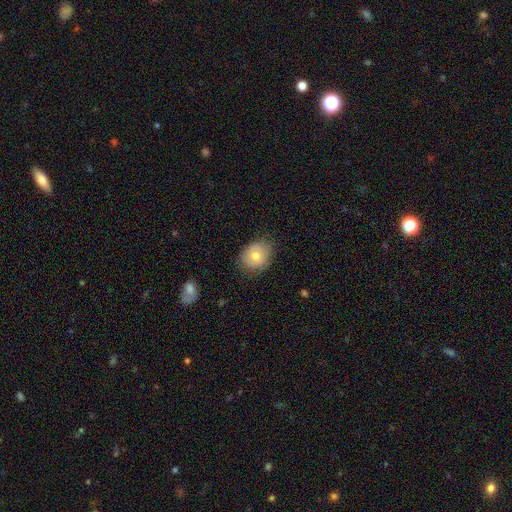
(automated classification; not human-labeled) Q: Smooth or featured?
A: smooth (73%); runner-up: featured or disk (19%)
Q: How rounded?
A: round (58%); runner-up: in between (42%)
Q: Merging?
A: none (77%); runner-up: minor disturbance (18%)